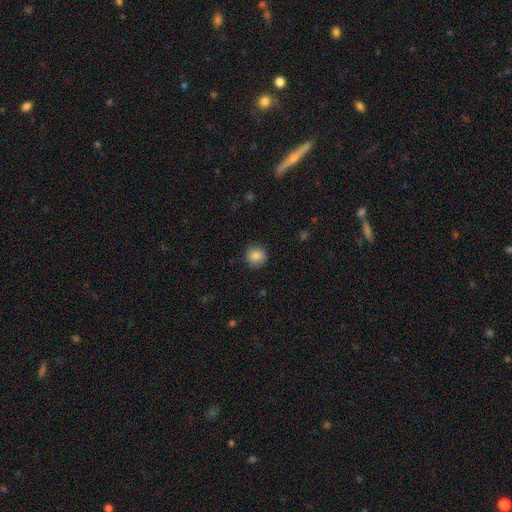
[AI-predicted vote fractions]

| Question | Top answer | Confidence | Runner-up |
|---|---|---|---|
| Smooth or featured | smooth | 85% | star or artifact (9%) |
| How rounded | round | 90% | in between (9%) |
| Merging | none | 87% | minor disturbance (9%) |